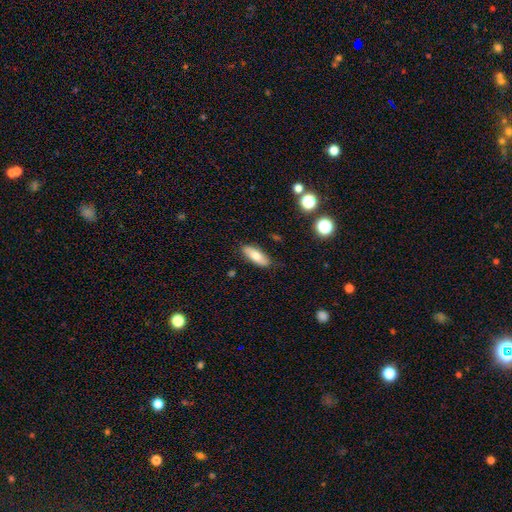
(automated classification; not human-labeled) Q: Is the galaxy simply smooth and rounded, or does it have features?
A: smooth — 73%.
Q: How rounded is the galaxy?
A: in between — 68%.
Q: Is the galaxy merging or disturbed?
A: none — 83%.